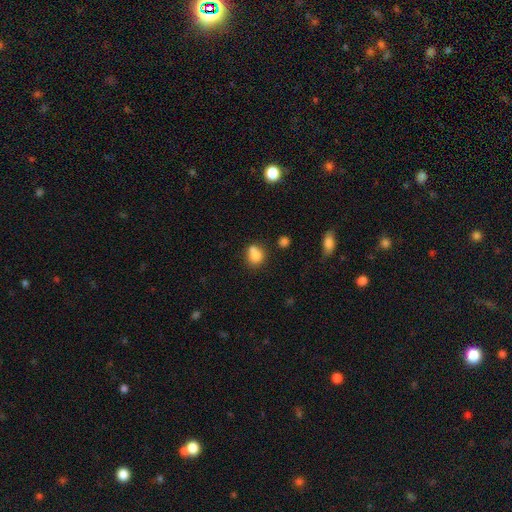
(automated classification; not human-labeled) Smooth or featured: smooth — 77% (featured or disk — 12%)
How rounded: round — 64% (in between — 35%)
Merging: none — 42% (merger — 40%)